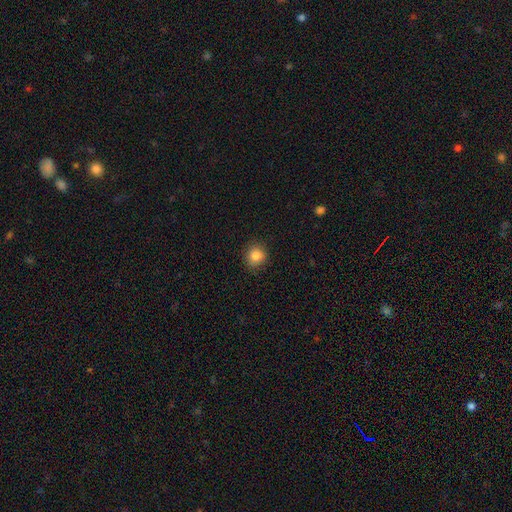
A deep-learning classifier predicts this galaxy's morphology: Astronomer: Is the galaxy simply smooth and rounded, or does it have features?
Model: smooth — 85%.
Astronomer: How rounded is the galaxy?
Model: round — 82%.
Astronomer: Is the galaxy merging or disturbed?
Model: none — 86%.